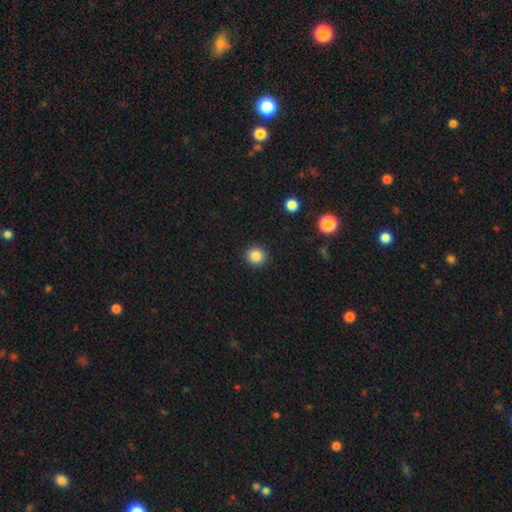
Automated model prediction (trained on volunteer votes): This is clearly a smooth galaxy (86%). How rounded: clearly round (92%). Merging: clearly none (92%).